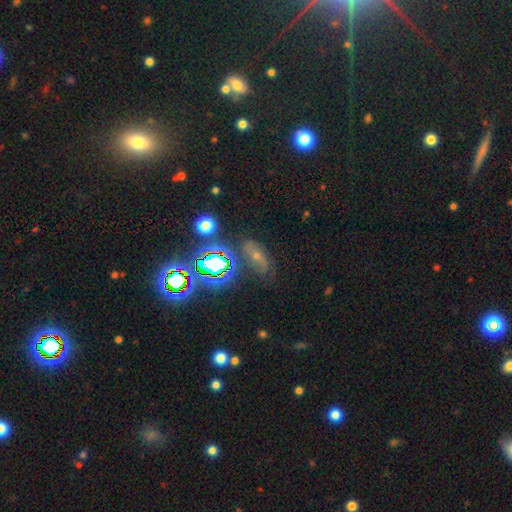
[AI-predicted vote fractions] This is marginally a featured or disk galaxy (38%). Merging: likely none (64%).